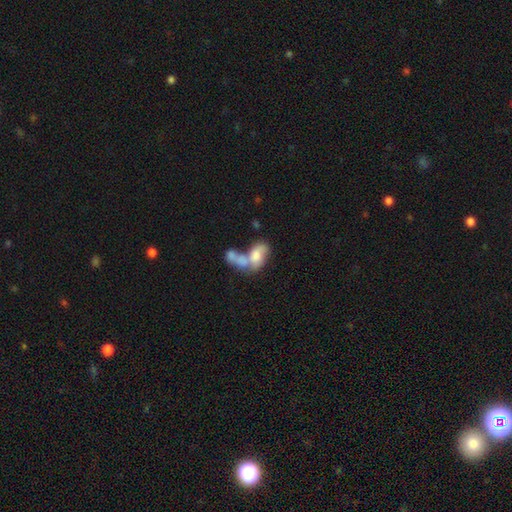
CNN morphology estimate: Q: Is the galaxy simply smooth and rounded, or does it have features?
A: smooth — 56%.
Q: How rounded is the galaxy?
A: in between — 86%.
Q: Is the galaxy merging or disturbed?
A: merger — 72%.